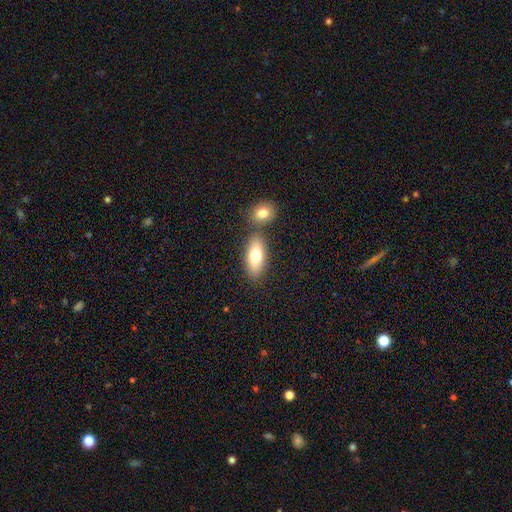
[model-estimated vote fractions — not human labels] smooth 73%, featured or disk 19%, star or artifact 7%. Down the decision tree: how rounded — in between (84%); merging — none (66%).